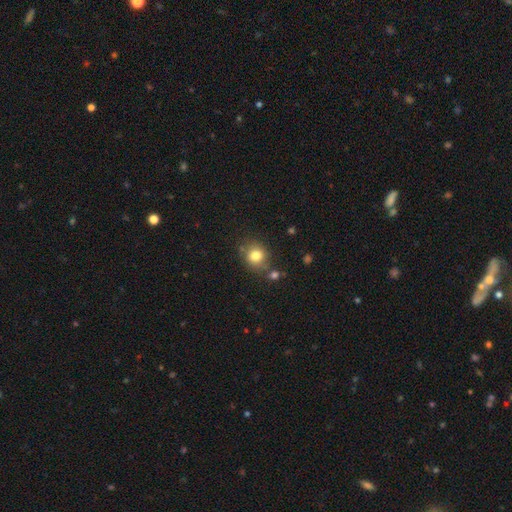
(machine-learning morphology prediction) smooth-or-featured: smooth: 80% | star or artifact: 11% | featured or disk: 9%
  how-rounded: round: 76% | in between: 23% | cigar-shaped: 1%
  merging: none: 73% | minor disturbance: 14% | merger: 9% | major disturbance: 4%